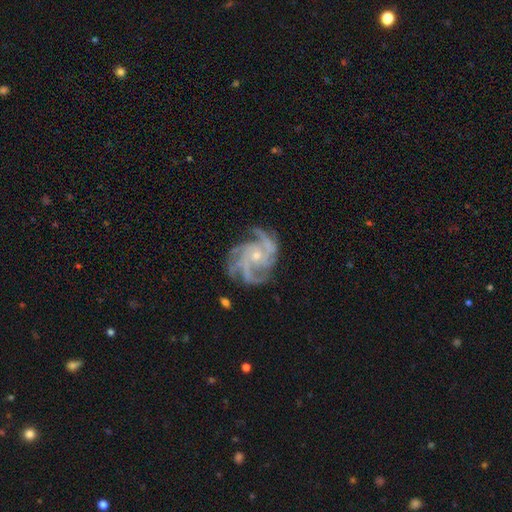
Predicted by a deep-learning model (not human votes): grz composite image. It shows a featured or disk galaxy (90%) with no bar (75%), 4 (39%) tight (46%) spiral arms (98%) and a small central bulge (71%). Merging: none (71%).